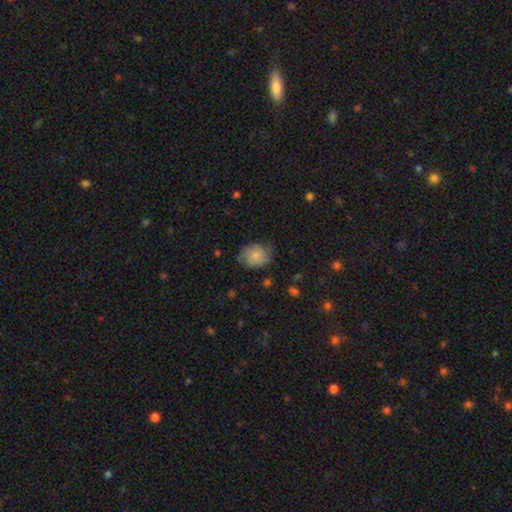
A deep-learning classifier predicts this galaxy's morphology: Smooth or featured: smooth — 61% (featured or disk — 31%)
How rounded: in between — 51% (round — 48%)
Merging: none — 65% (minor disturbance — 26%)